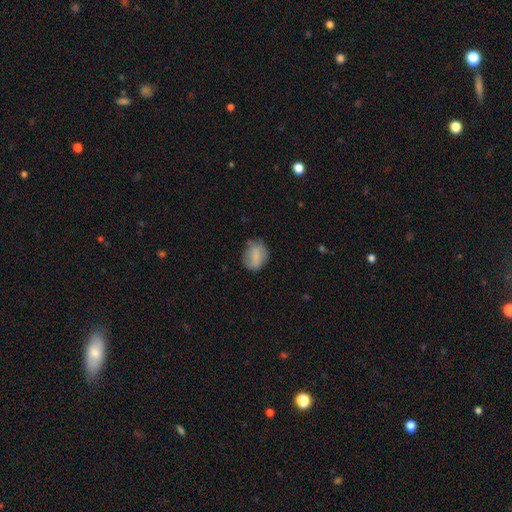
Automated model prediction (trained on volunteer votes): This is likely a smooth galaxy (74%). How rounded: possibly in between (52%). Merging: likely none (68%).